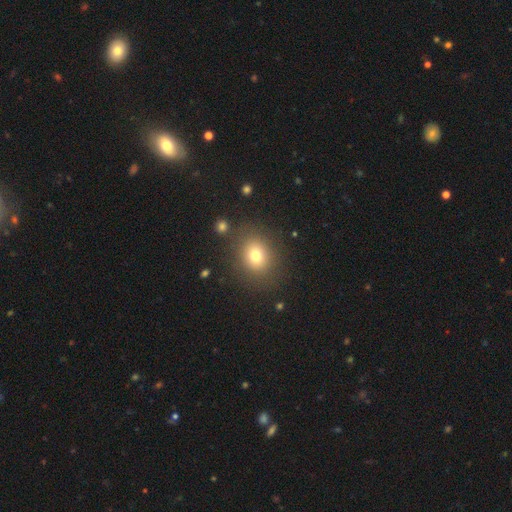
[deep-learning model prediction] Morphology: type=smooth (75%); roundness=round (63%); merging=none (83%).